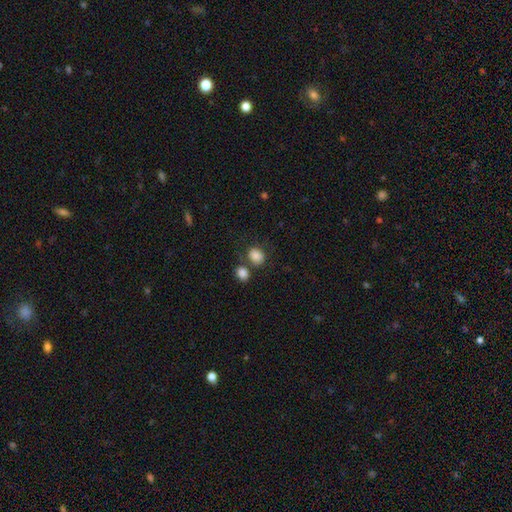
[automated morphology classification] A smooth galaxy with no disk features (85%) that is round (58%).

Vote fractions:
- Smooth or featured? smooth: 85% / star or artifact: 9% / featured or disk: 6%
- How rounded? round: 58% / in between: 41% / cigar-shaped: 1%
- Merging? none: 56% / merger: 26% / minor disturbance: 12% / major disturbance: 6%